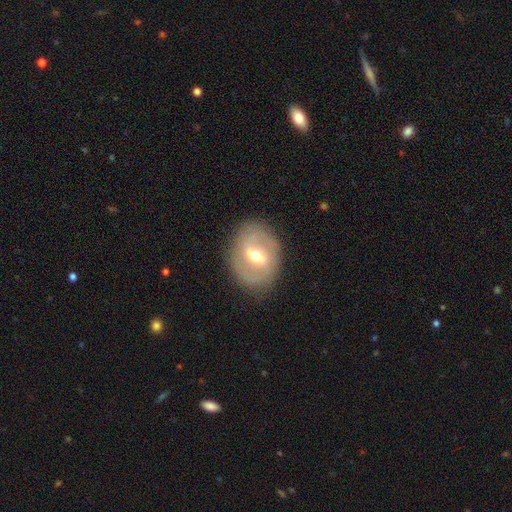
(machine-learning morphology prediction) smooth_or_featured: featured or disk (p=0.67) [alt: smooth p=0.26]
disk_edge_on: no (p=0.95) [alt: yes p=0.05]
bar: weak (p=0.48) [alt: strong p=0.31]
has_spiral_arms: yes (p=0.62) [alt: no p=0.38]
bulge_size: moderate (p=0.70) [alt: small p=0.24]
merging: none (p=0.82) [alt: minor disturbance p=0.12]